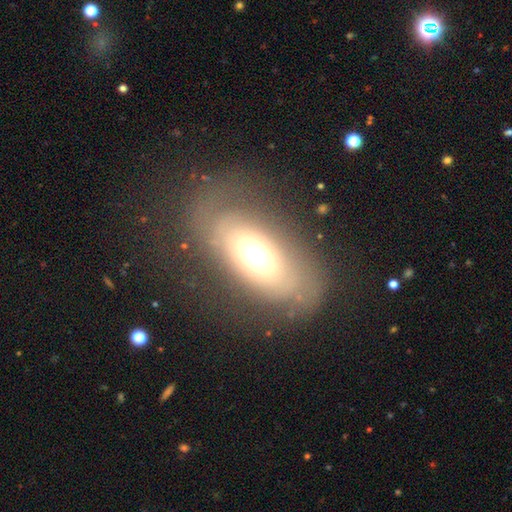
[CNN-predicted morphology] This is possibly a smooth galaxy (45%). Merging: likely none (67%).